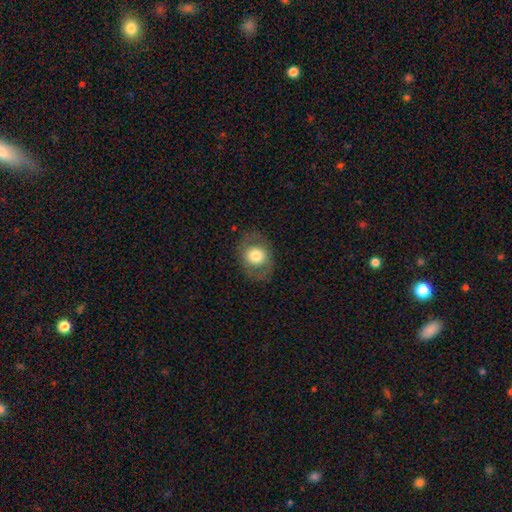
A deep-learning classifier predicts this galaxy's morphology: A smooth galaxy with no disk features (65%) that is round (56%).

Vote fractions:
- Smooth or featured? smooth: 65% / featured or disk: 27% / star or artifact: 7%
- How rounded? round: 56% / in between: 43% / cigar-shaped: 1%
- Merging? none: 79% / minor disturbance: 12% / major disturbance: 7% / merger: 1%